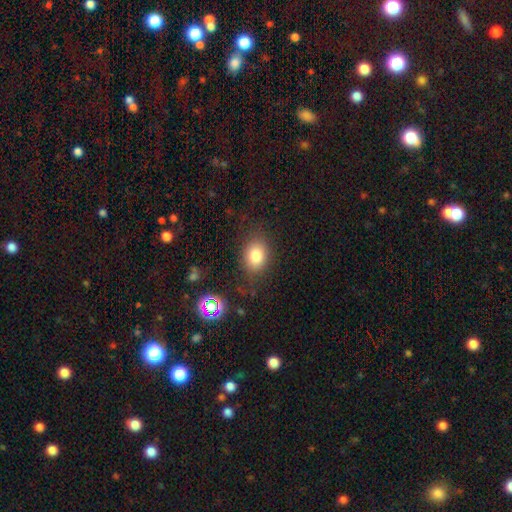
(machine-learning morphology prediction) Smooth or featured? Predicted: smooth (p=0.81). How rounded? Predicted: in between (p=0.60). Merging? Predicted: none (p=0.78).